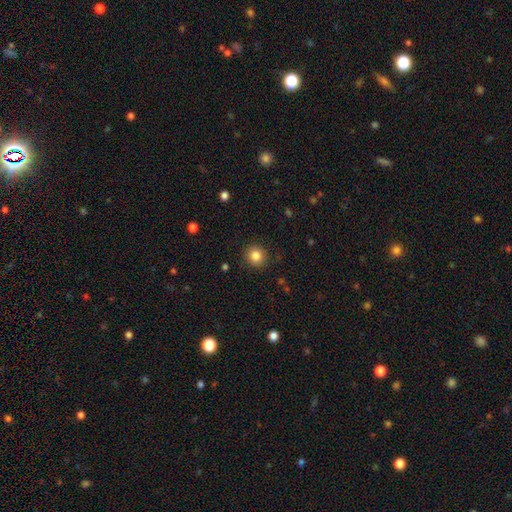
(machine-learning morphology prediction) smooth 84%, star or artifact 11%, featured or disk 6%. Down the decision tree: how rounded — round (91%); merging — none (90%).